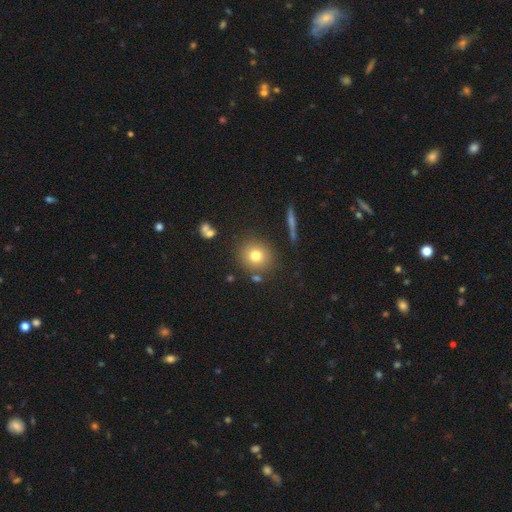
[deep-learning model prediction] A smooth galaxy with no disk features (76%) that is round (89%).

Vote fractions:
- Smooth or featured? smooth: 76% / star or artifact: 13% / featured or disk: 11%
- How rounded? round: 89% / in between: 10% / cigar-shaped: 1%
- Merging? none: 83% / minor disturbance: 9% / merger: 5% / major disturbance: 3%